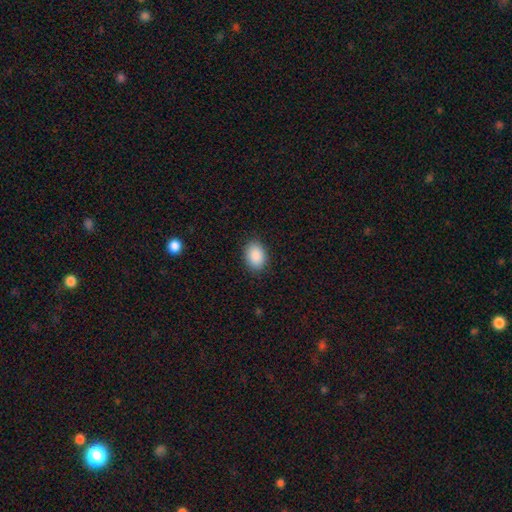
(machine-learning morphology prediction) smooth_or_featured: smooth (p=0.90) [alt: star or artifact p=0.07]
how_rounded: in between (p=0.81) [alt: round p=0.18]
merging: none (p=0.89) [alt: minor disturbance p=0.08]